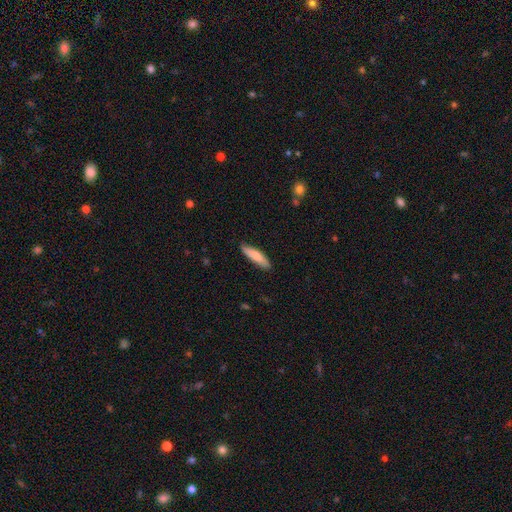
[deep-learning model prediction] smooth_or_featured: smooth (p=0.78) [alt: featured or disk p=0.17]
how_rounded: cigar-shaped (p=0.71) [alt: in between p=0.28]
merging: none (p=0.85) [alt: minor disturbance p=0.12]